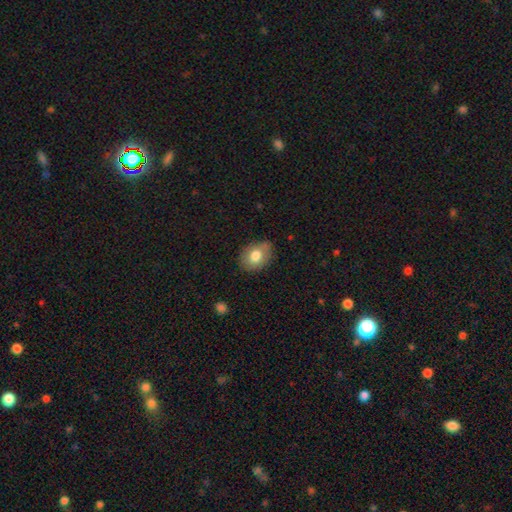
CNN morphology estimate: smooth_or_featured: smooth (p=0.77) [alt: featured or disk p=0.15]
how_rounded: in between (p=0.68) [alt: round p=0.31]
merging: none (p=0.77) [alt: minor disturbance p=0.17]